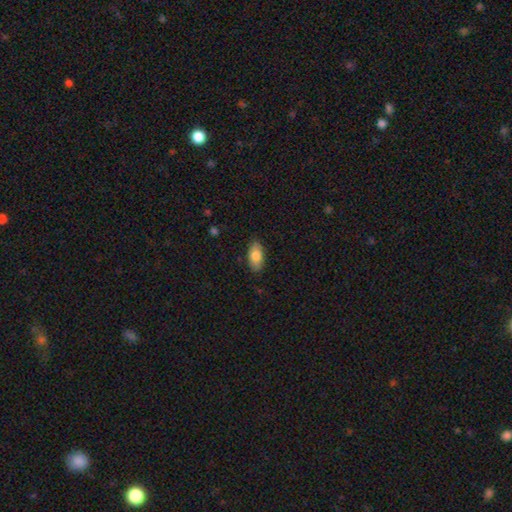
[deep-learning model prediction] This appears to be a smooth galaxy with no disk features (81%) that is in between round and cigar-shaped (91%). Merging: none (86%).